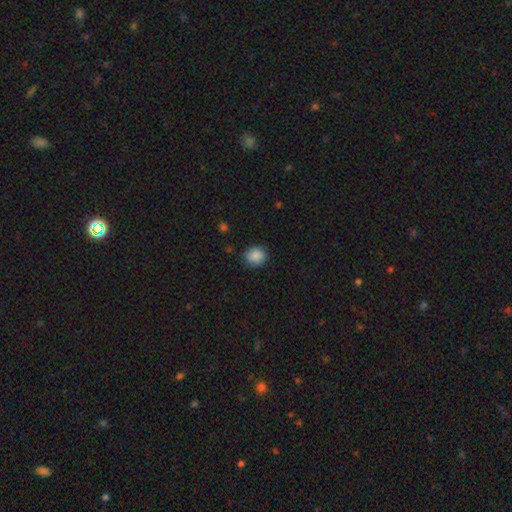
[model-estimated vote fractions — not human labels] A smooth galaxy with no disk features (88%) that is round (79%). Merging: none (84%).